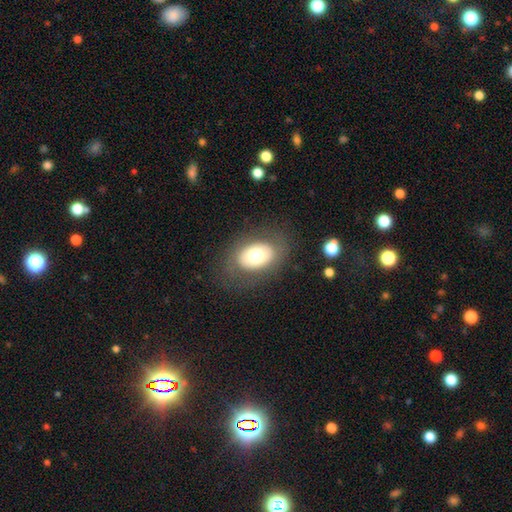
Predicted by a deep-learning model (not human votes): smooth_or_featured: smooth (p=0.64) [alt: featured or disk p=0.27]
how_rounded: in between (p=0.80) [alt: round p=0.19]
merging: none (p=0.80) [alt: minor disturbance p=0.12]